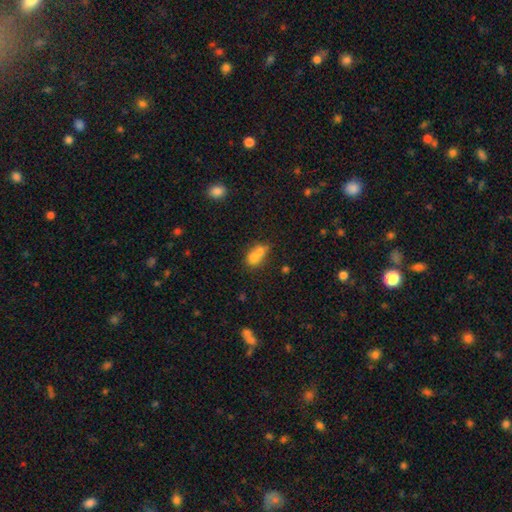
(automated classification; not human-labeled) This is likely a smooth galaxy (71%). How rounded: likely round (63%). Merging: likely merger (67%).